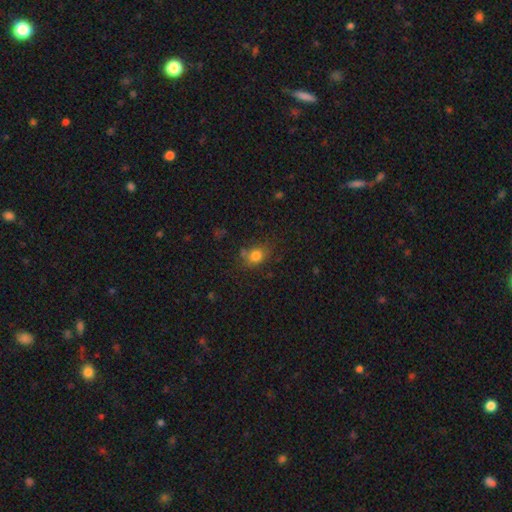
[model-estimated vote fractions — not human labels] Overall: smooth (80%). How rounded: round (52%; in between 47%). Merging: none (66%).